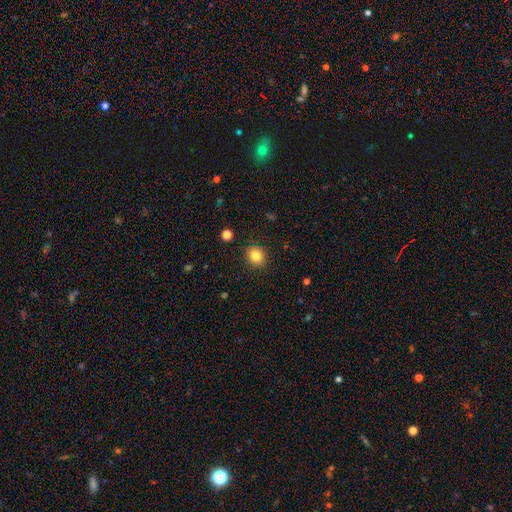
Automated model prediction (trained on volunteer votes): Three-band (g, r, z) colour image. It shows a smooth galaxy with no disk features (83%) that is round (79%). Merging: none (90%).